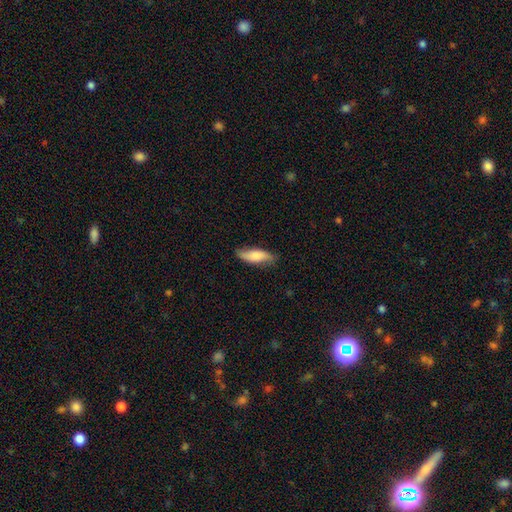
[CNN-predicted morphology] This is likely a smooth galaxy (73%). How rounded: possibly in between (57%). Merging: likely none (77%).